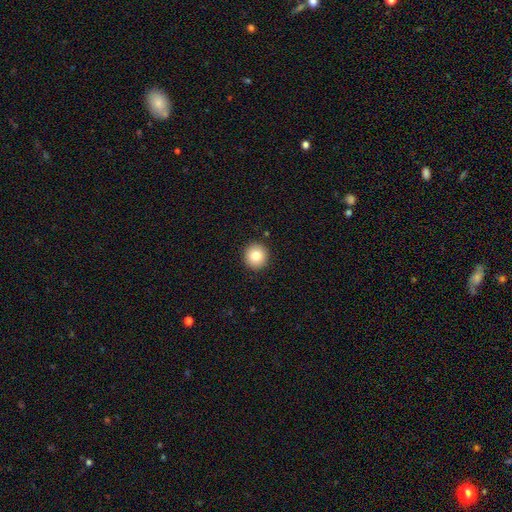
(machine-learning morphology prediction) Q: Smooth or featured?
A: smooth (82%); runner-up: star or artifact (9%)
Q: How rounded?
A: round (95%); runner-up: in between (4%)
Q: Merging?
A: none (92%); runner-up: minor disturbance (5%)